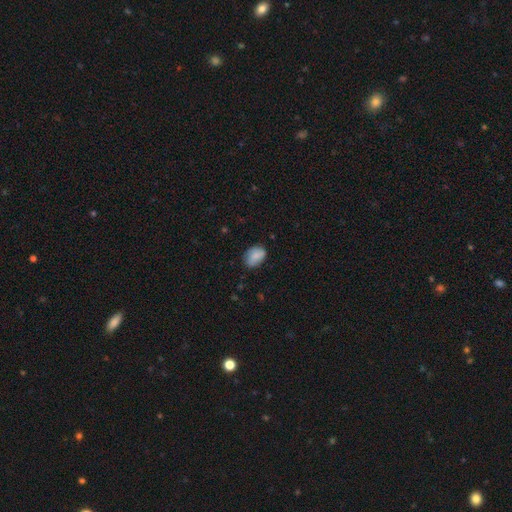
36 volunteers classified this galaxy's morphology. Smooth or featured: smooth — 86% (featured or disk — 11%)
How rounded: in between — 77% (round — 23%)
Merging: none — 66% (minor disturbance — 20%)